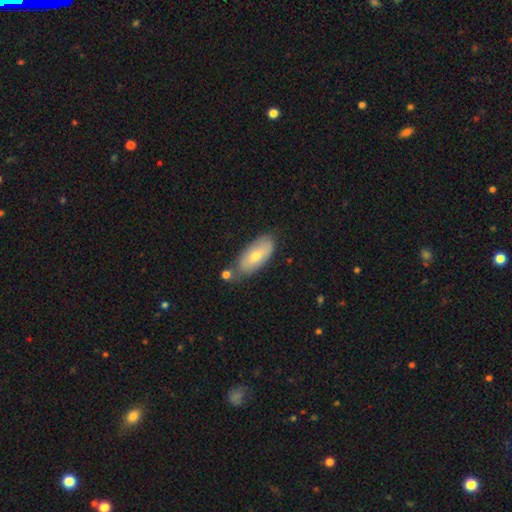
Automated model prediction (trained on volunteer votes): A smooth galaxy with no disk features (65%) that is in between round and cigar-shaped (86%). Merging: none (64%).